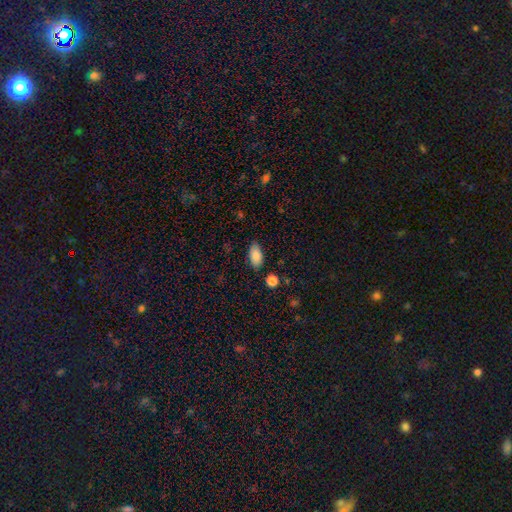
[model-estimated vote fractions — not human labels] The model was most divided on "merging": none: 82%, minor disturbance: 13%, major disturbance: 3%, merger: 2%. More confident: how rounded — in between (93%); smooth or featured — smooth (86%).